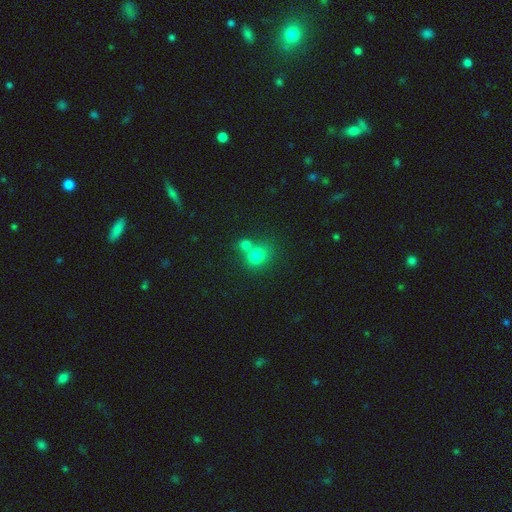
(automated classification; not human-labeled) smooth_or_featured: smooth (p=0.77) [alt: star or artifact p=0.14]
how_rounded: round (p=0.71) [alt: in between p=0.28]
merging: none (p=0.45) [alt: merger p=0.43]